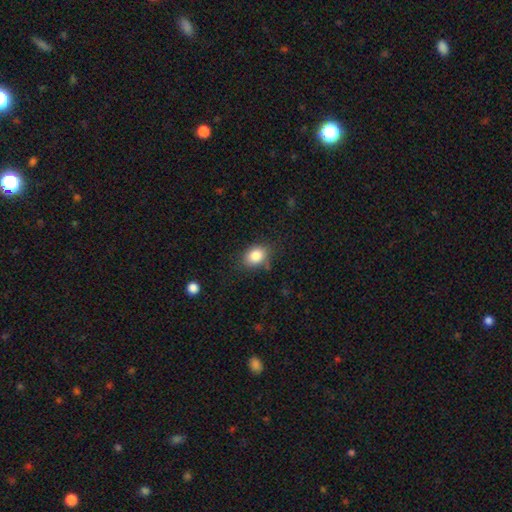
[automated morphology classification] Q: Smooth or featured?
A: smooth (85%); runner-up: star or artifact (9%)
Q: How rounded?
A: in between (67%); runner-up: round (32%)
Q: Merging?
A: none (76%); runner-up: minor disturbance (17%)